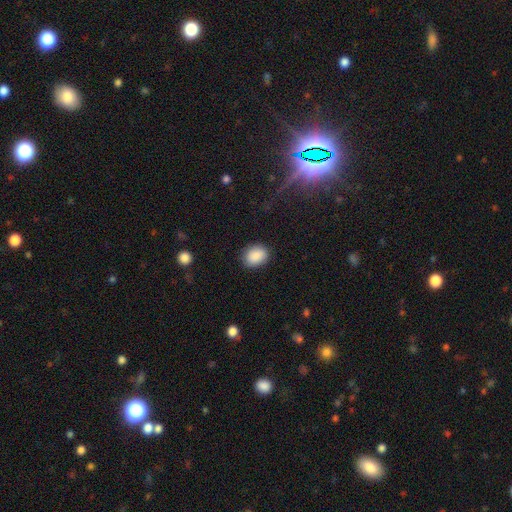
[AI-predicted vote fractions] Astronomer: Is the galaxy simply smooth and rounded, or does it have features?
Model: smooth — 89%.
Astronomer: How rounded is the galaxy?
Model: in between — 60% (runner-up: round, 39%).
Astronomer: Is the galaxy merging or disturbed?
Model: none — 86%.